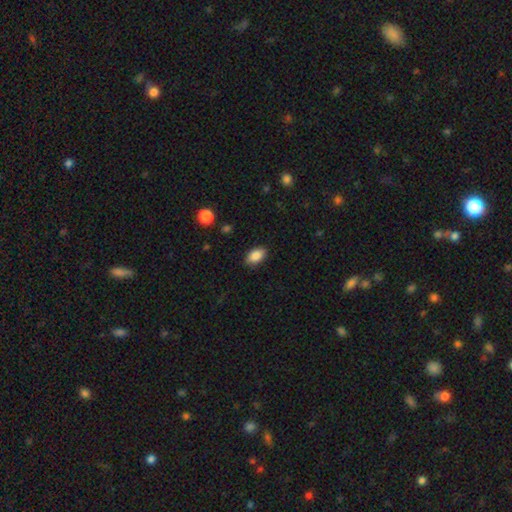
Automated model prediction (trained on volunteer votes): A smooth galaxy with no disk features (87%) that is in between round and cigar-shaped (91%).

Vote fractions:
- Smooth or featured? smooth: 87% / star or artifact: 8% / featured or disk: 6%
- How rounded? in between: 91% / round: 7% / cigar-shaped: 2%
- Merging? none: 87% / minor disturbance: 9% / major disturbance: 2% / merger: 1%